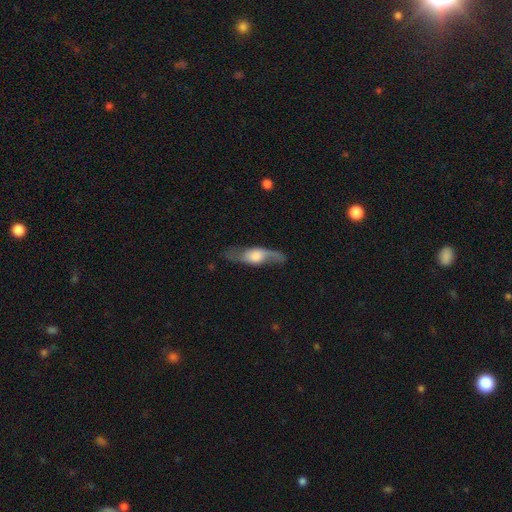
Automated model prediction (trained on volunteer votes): featured or disk 66%, smooth 28%, star or artifact 6%. Down the decision tree: edge-on disk — no (53%); merging — none (76%).